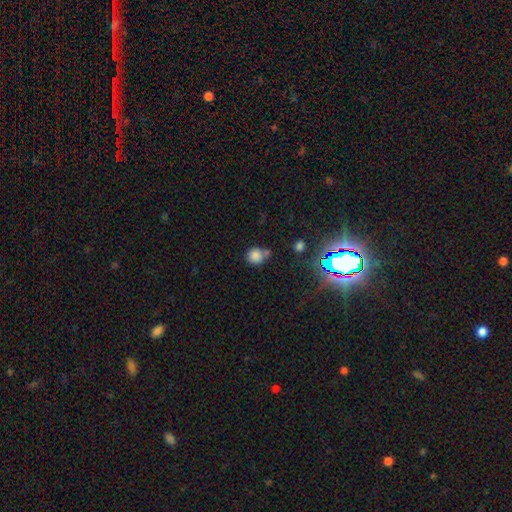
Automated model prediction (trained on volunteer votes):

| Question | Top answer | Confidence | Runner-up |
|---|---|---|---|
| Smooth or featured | smooth | 80% | star or artifact (14%) |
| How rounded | round | 83% | in between (16%) |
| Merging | none | 54% | merger (22%) |